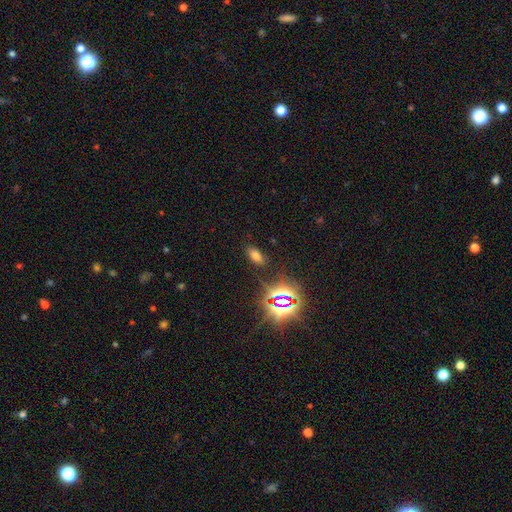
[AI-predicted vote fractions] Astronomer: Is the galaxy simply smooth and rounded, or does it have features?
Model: smooth — 62%.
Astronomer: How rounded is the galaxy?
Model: in between — 87%.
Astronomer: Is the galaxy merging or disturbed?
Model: none — 85%.